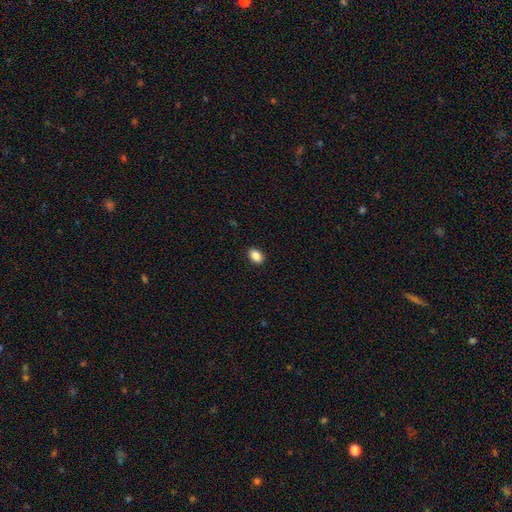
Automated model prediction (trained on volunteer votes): smooth 89%, star or artifact 8%, featured or disk 3%. Down the decision tree: how rounded — in between (82%); merging — none (91%).